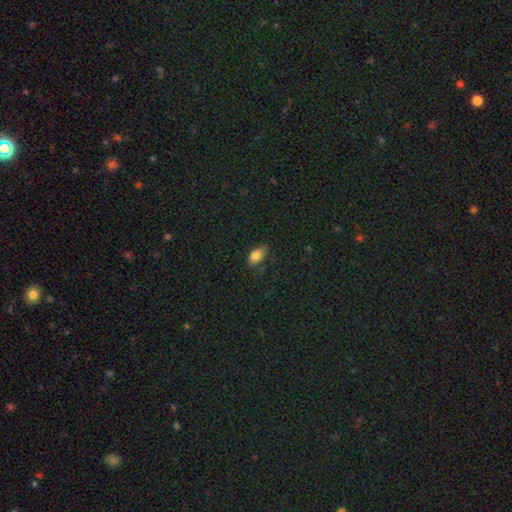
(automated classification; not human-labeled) Smooth or featured? smooth (83%)
How rounded? in between (88%)
Merging? none (67%)